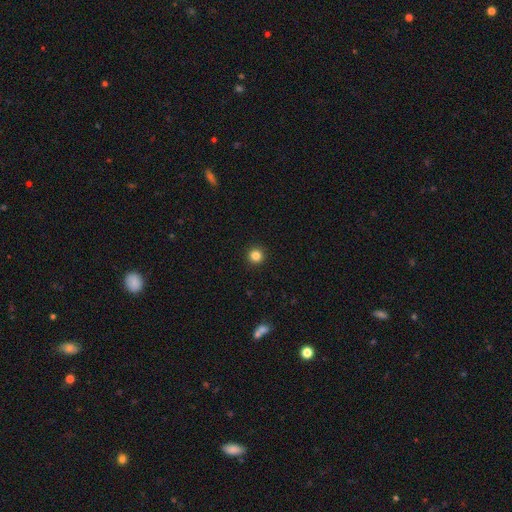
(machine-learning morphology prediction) This appears to be a smooth galaxy with no disk features (84%) that is round (95%). Merging: none (93%).